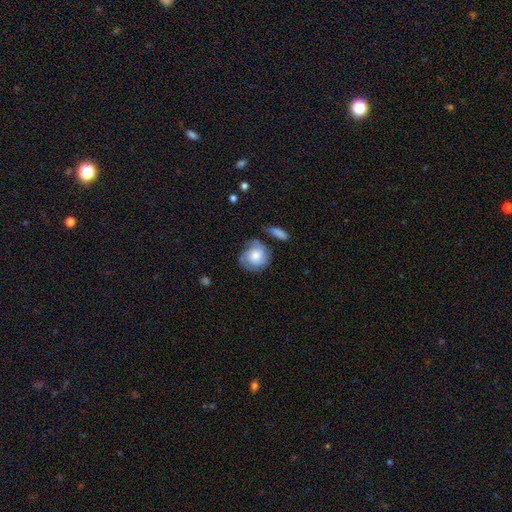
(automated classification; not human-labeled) The model was most divided on "smooth or featured": featured or disk: 53%, smooth: 40%, star or artifact: 7%. More confident: edge-on disk — no (97%); spiral arms — yes (88%); bar — no (77%); merging — none (63%); bulge size — moderate (52%).